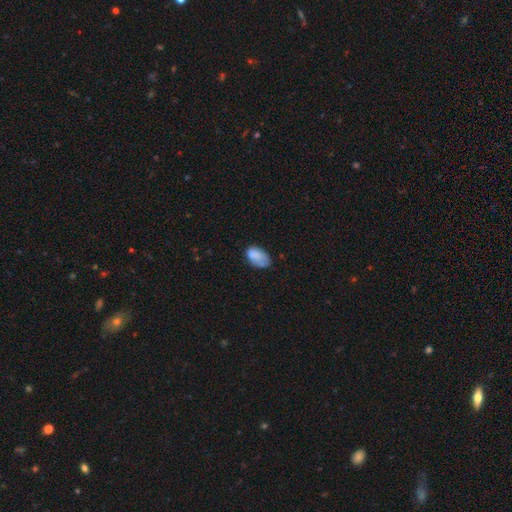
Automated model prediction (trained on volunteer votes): The model was most divided on "merging": none: 53%, minor disturbance: 33%, major disturbance: 11%, merger: 4%. More confident: how rounded — in between (92%); smooth or featured — smooth (79%).